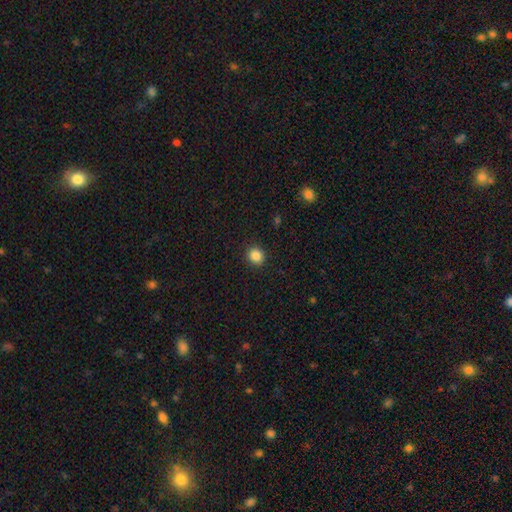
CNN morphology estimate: This is clearly a smooth galaxy (86%). How rounded: clearly round (85%). Merging: clearly none (91%).